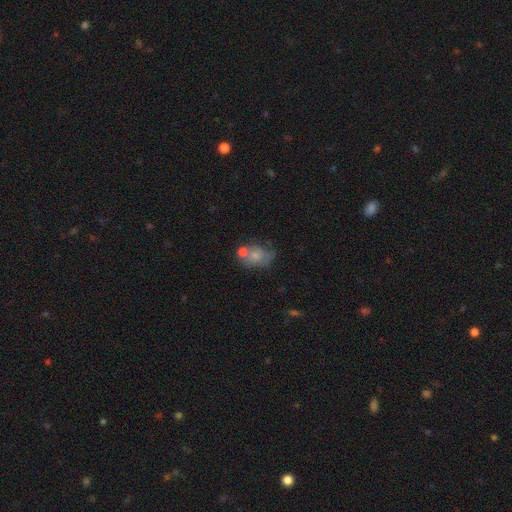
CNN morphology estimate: smooth 62%, featured or disk 29%, star or artifact 9%. Down the decision tree: how rounded — in between (66%); merging — merger (35%).